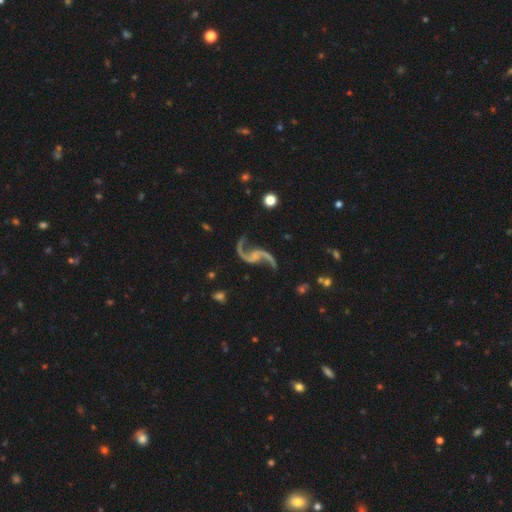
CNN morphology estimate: A featured or disk galaxy (92%) with no bar (50%), 2 (94%) loose (87%) spiral arms (98%) and no central bulge (60%). Merging: none (72%).